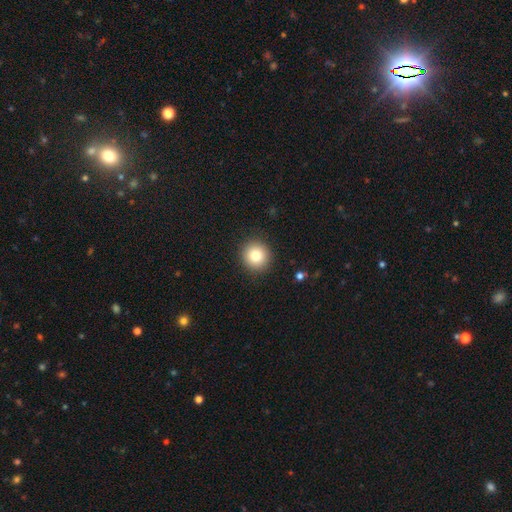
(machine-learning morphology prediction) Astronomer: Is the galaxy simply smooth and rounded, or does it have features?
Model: smooth — 82%.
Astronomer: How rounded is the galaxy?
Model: round — 93%.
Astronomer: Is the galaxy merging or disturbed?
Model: none — 92%.